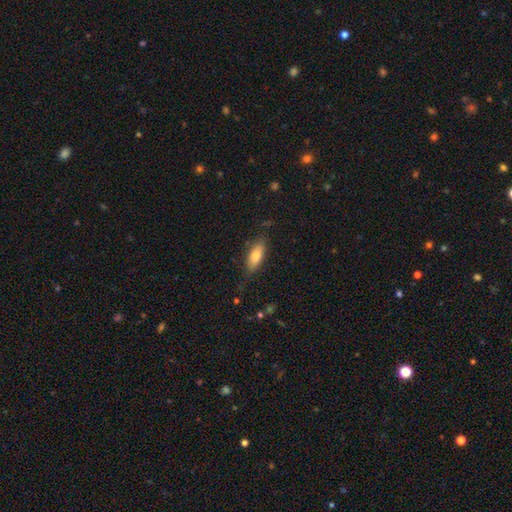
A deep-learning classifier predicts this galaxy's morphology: Smooth or featured?
  - smooth: 77% *
  - featured or disk: 16%
  - star or artifact: 7%
How rounded?
  - in between: 70% *
  - cigar-shaped: 28%
  - round: 2%
Merging?
  - none: 77% *
  - minor disturbance: 17%
  - major disturbance: 4%
  - merger: 2%